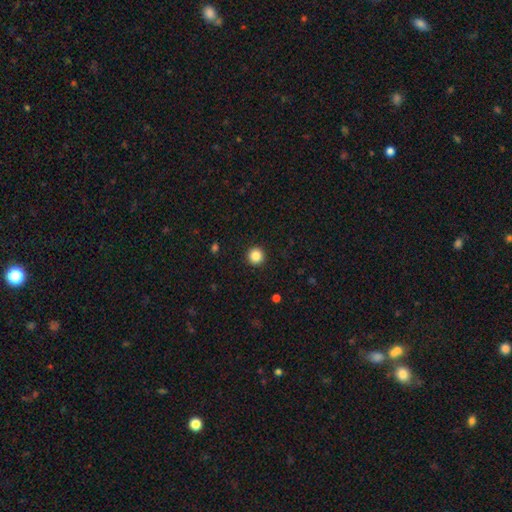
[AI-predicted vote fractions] Smooth or featured? smooth (86%)
How rounded? round (95%)
Merging? none (93%)